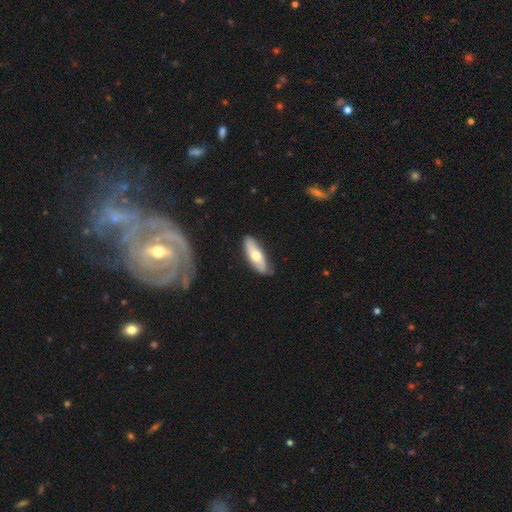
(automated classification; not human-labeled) Morphology: type=smooth (58%); roundness=in between (58%); merging=none (77%).